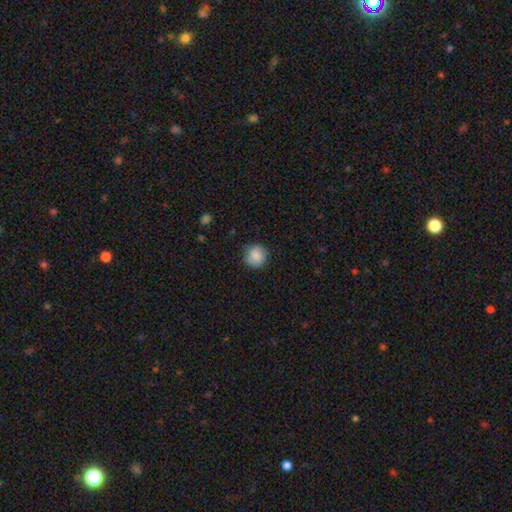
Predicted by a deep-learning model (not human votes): Smooth or featured?
  - smooth: 86% *
  - star or artifact: 8%
  - featured or disk: 6%
How rounded?
  - round: 92% *
  - in between: 7%
  - cigar-shaped: 1%
Merging?
  - none: 83% *
  - minor disturbance: 13%
  - major disturbance: 3%
  - merger: 1%